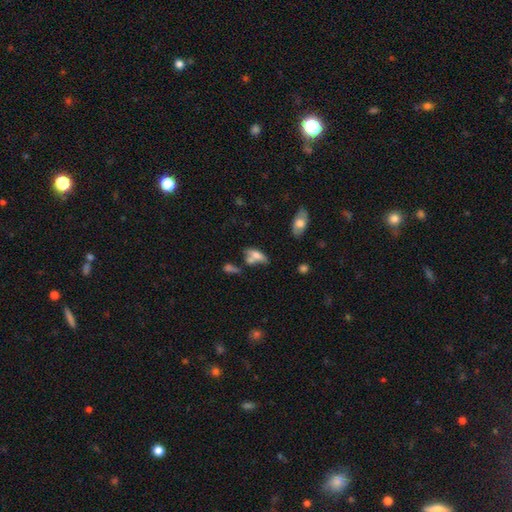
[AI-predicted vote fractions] A smooth galaxy with no disk features (61%) that is in between round and cigar-shaped (73%). Merging: none (37%).